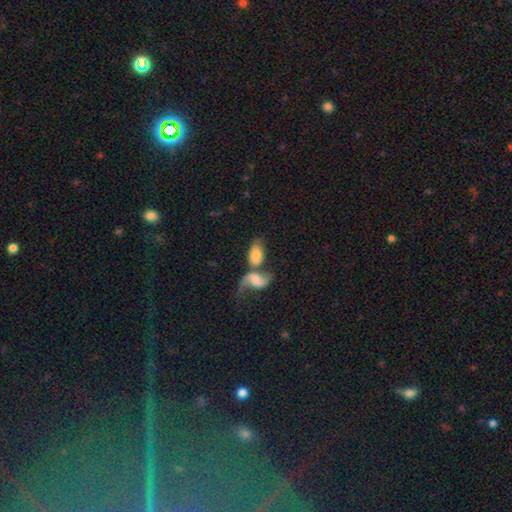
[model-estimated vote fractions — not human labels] smooth_or_featured: smooth (p=0.52) [alt: featured or disk p=0.40]
how_rounded: in between (p=0.88) [alt: round p=0.09]
merging: merger (p=0.63) [alt: none p=0.21]